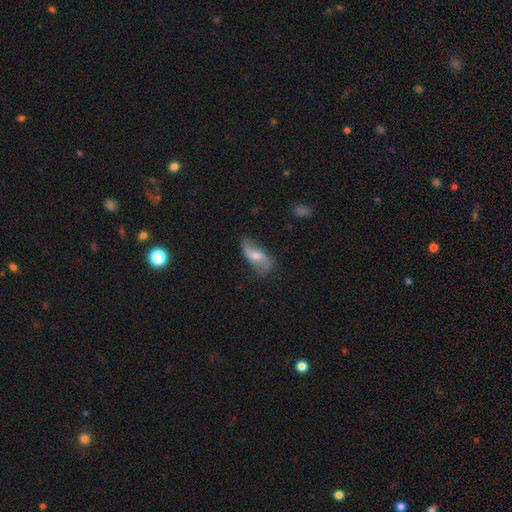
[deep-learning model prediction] featured or disk 66%, smooth 27%, star or artifact 7%. Down the decision tree: edge-on disk — no (92%); bar — weak (46%); spiral arms — yes (89%); spiral arm count — 2 (89%); spiral winding — loose (80%); bulge size — moderate (54%); merging — none (73%).